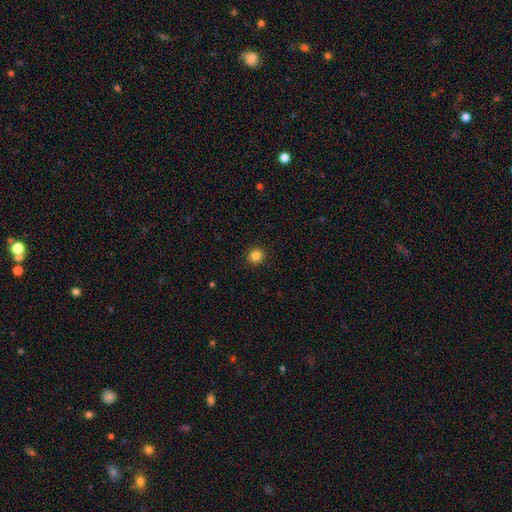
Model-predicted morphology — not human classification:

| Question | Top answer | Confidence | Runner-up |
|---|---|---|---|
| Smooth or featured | smooth | 84% | star or artifact (11%) |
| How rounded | round | 93% | in between (6%) |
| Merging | none | 93% | minor disturbance (5%) |